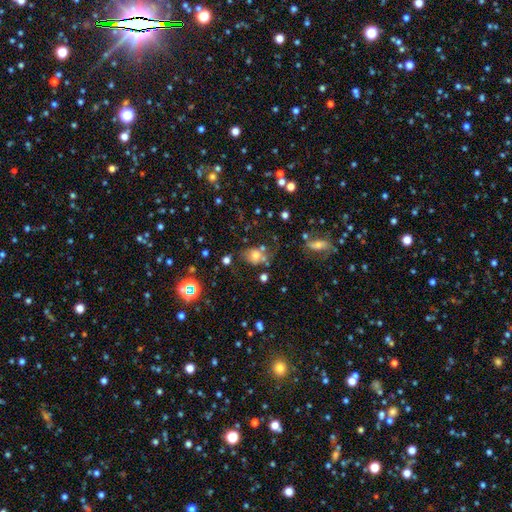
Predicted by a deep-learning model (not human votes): Smooth or featured? smooth (61%)
How rounded? in between (53%)
Merging? none (52%)